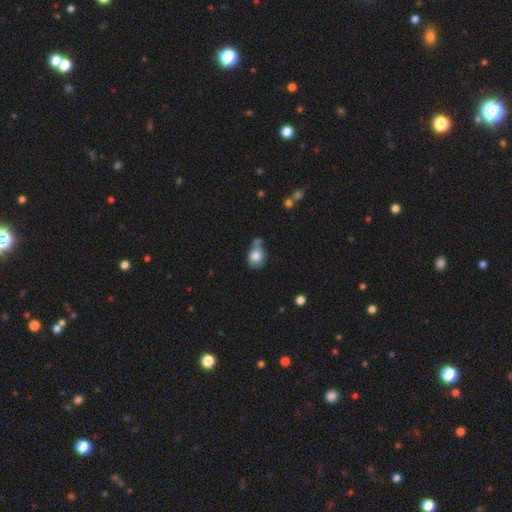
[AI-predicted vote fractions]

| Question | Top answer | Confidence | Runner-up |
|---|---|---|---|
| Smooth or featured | smooth | 79% | featured or disk (12%) |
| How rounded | round | 60% | in between (39%) |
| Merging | none | 37% | minor disturbance (27%) |